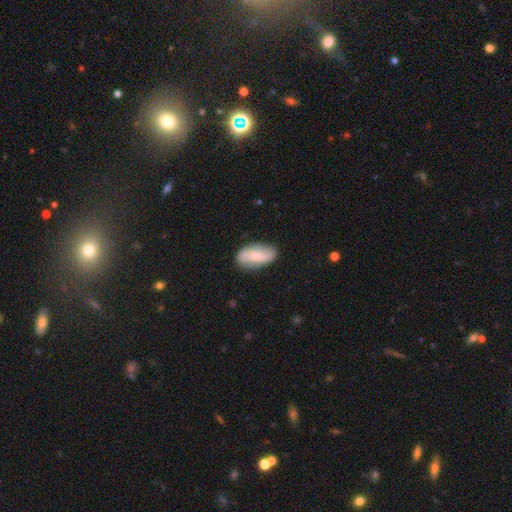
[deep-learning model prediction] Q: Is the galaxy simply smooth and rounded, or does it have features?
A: smooth — 62%.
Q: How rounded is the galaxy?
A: in between — 91%.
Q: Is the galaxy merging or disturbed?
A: none — 80%.